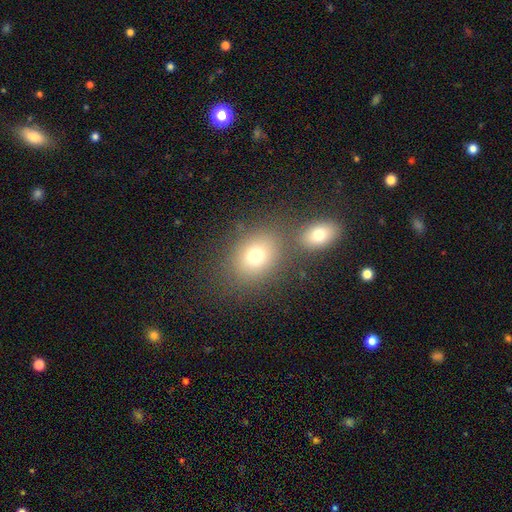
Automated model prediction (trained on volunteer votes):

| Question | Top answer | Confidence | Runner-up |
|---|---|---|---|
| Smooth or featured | smooth | 74% | star or artifact (14%) |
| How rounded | in between | 51% | round (48%) |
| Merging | none | 64% | merger (21%) |